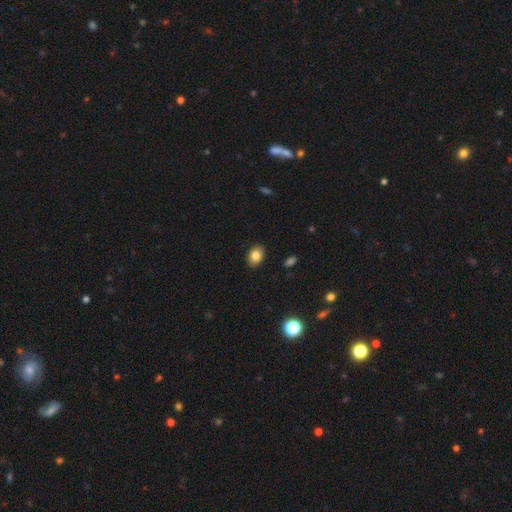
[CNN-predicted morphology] smooth_or_featured: smooth (p=0.84) [alt: star or artifact p=0.09]
how_rounded: in between (p=0.74) [alt: round p=0.25]
merging: none (p=0.88) [alt: minor disturbance p=0.09]